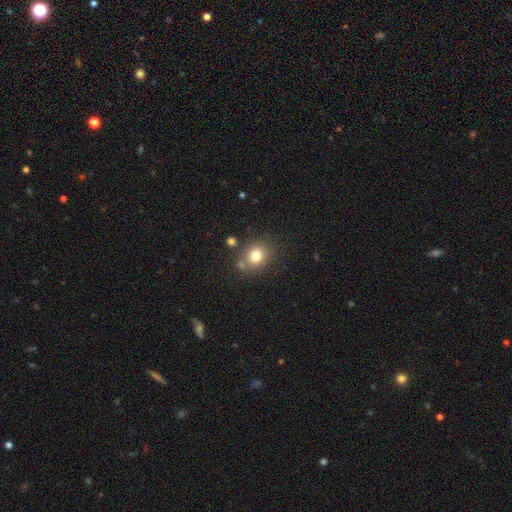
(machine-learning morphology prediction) Overall: smooth (77%). How rounded: round (69%; in between 30%). Merging: none (72%).